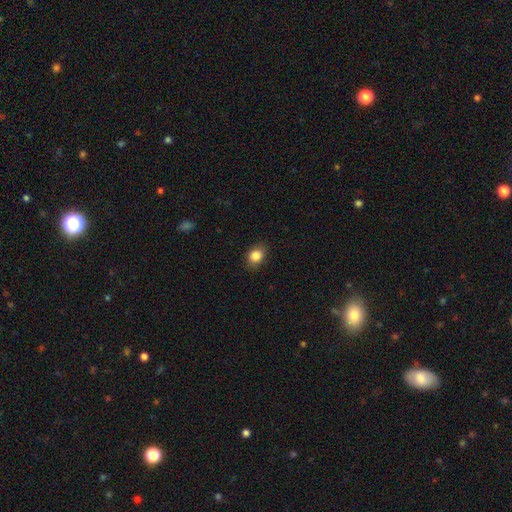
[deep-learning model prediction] A smooth galaxy with no disk features (85%) that is in between round and cigar-shaped (57%).

Vote fractions:
- Smooth or featured? smooth: 85% / star or artifact: 9% / featured or disk: 6%
- How rounded? in between: 57% / round: 42% / cigar-shaped: 1%
- Merging? none: 83% / minor disturbance: 13% / major disturbance: 3% / merger: 1%